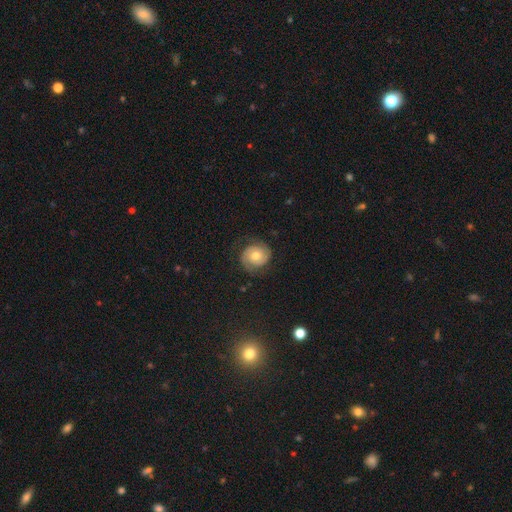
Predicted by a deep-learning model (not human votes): featured or disk 61%, smooth 30%, star or artifact 9%. Down the decision tree: edge-on disk — no (98%); bar — no (76%); spiral arms — yes (88%); spiral arm count — 2 (85%); spiral winding — tight (49%); bulge size — moderate (72%); merging — none (76%).